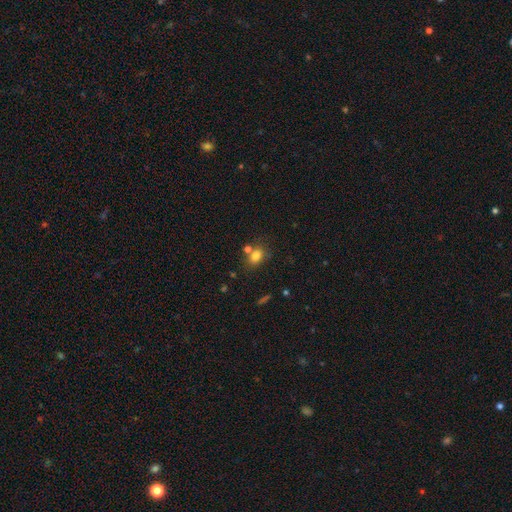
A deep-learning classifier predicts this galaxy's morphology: This is likely a smooth galaxy (78%). How rounded: likely in between (63%). Merging: likely none (60%).